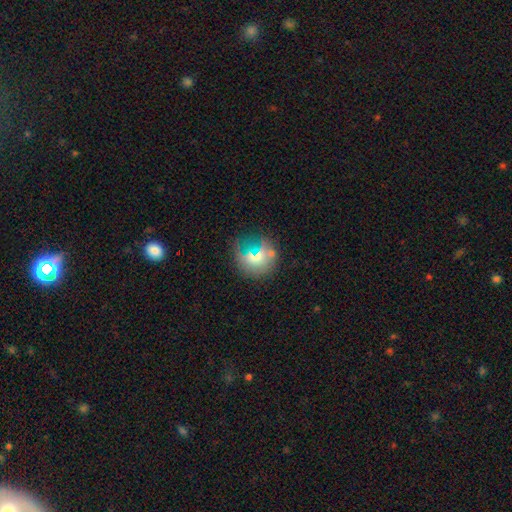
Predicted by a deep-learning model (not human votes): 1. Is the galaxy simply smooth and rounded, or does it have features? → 55% smooth, 27% featured or disk, 18% star or artifact.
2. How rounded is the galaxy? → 83% round, 15% in between, 1% cigar-shaped.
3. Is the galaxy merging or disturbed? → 62% none, 18% minor disturbance, 12% major disturbance, 8% merger.